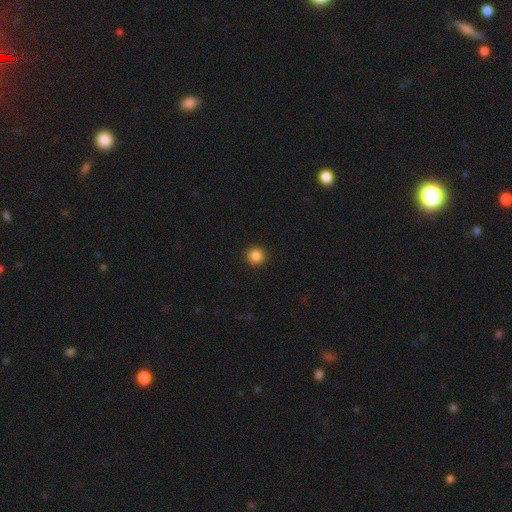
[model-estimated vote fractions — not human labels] The model was most divided on "smooth or featured": smooth: 86%, star or artifact: 10%, featured or disk: 3%. More confident: how rounded — round (92%); merging — none (91%).